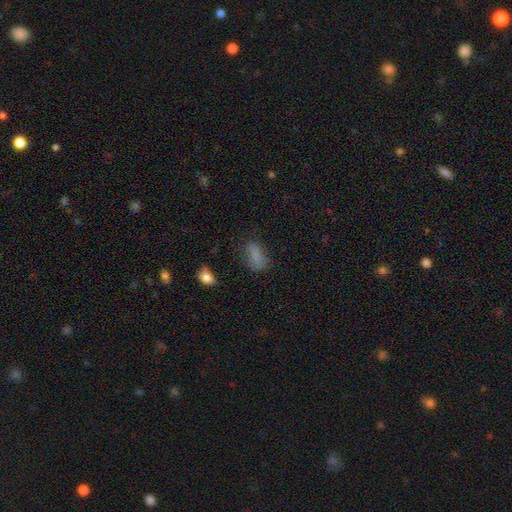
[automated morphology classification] The model was most divided on "merging": none: 61%, minor disturbance: 25%, major disturbance: 11%, merger: 3%. More confident: how rounded — in between (84%); smooth or featured — smooth (77%).